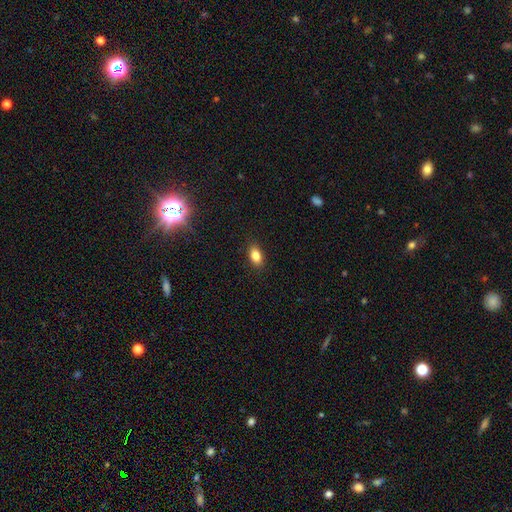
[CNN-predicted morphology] This appears to be a smooth galaxy with no disk features (82%) that is in between round and cigar-shaped (87%). Merging: none (88%).